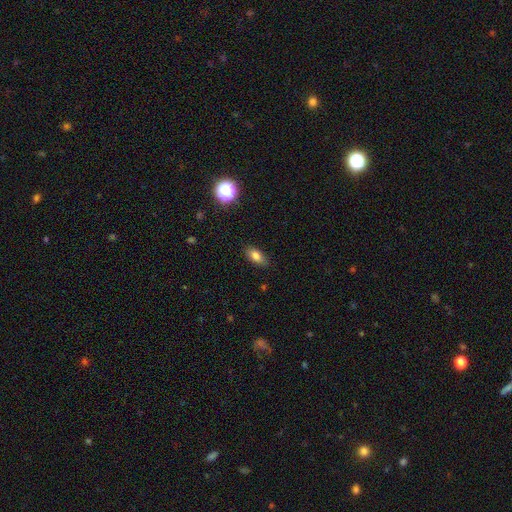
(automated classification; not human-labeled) A smooth galaxy with no disk features (80%) that is in between round and cigar-shaped (86%). Merging: none (86%).